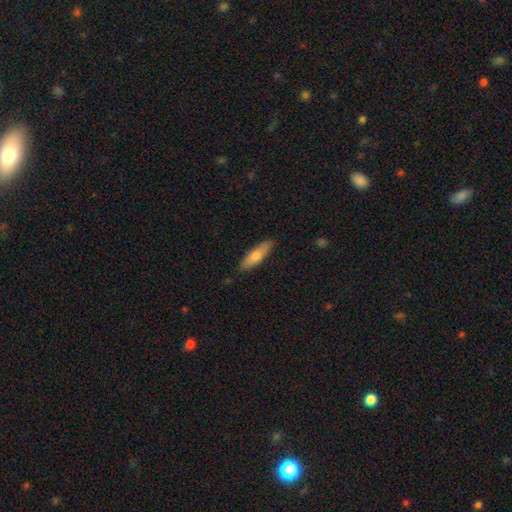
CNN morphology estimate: Smooth or featured? smooth (73%)
How rounded? cigar-shaped (54%)
Merging? none (85%)